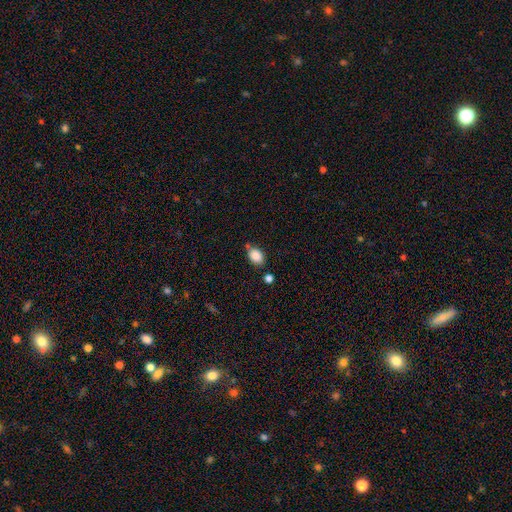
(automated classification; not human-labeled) Smooth or featured: smooth — 87% (star or artifact — 8%)
How rounded: in between — 81% (round — 18%)
Merging: none — 69% (minor disturbance — 16%)